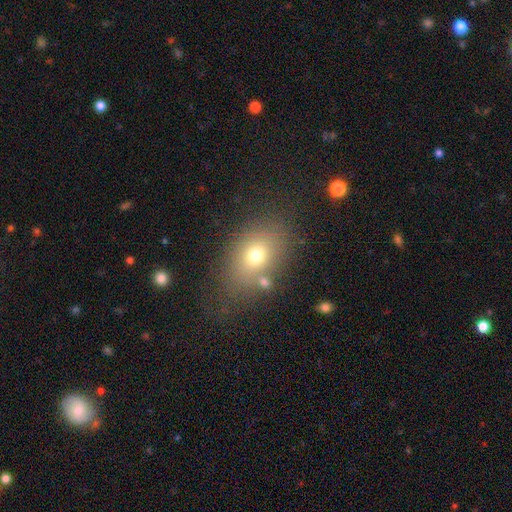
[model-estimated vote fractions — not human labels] Smooth or featured: smooth — 71% (featured or disk — 16%)
How rounded: in between — 75% (round — 24%)
Merging: none — 69% (minor disturbance — 16%)